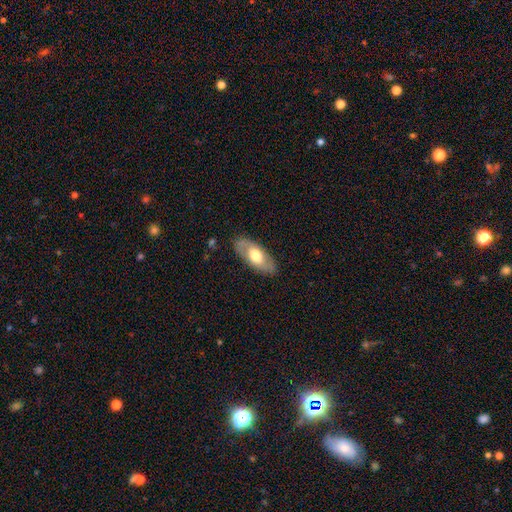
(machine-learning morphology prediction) Smooth or featured? smooth (50%)
Merging? none (83%)